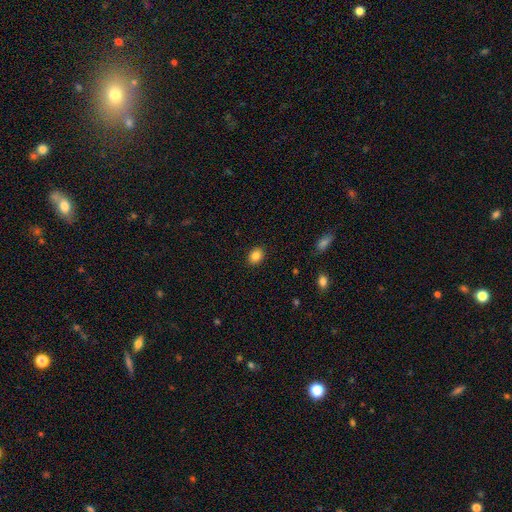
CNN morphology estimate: smooth_or_featured: smooth (p=0.85) [alt: star or artifact p=0.10]
how_rounded: in between (p=0.56) [alt: round p=0.43]
merging: none (p=0.89) [alt: minor disturbance p=0.08]